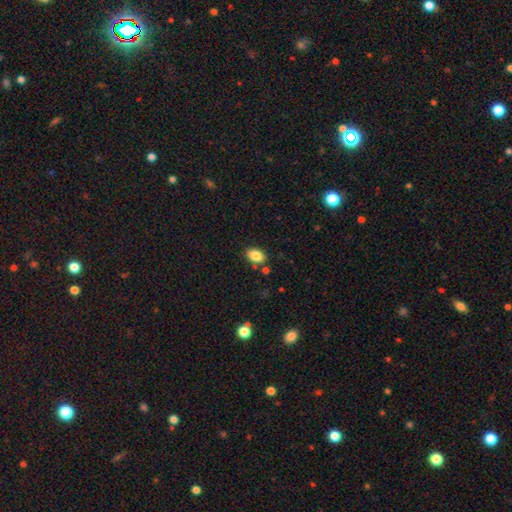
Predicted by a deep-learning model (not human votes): Smooth or featured? Predicted: smooth (p=0.85). How rounded? Predicted: in between (p=0.87). Merging? Predicted: none (p=0.82).